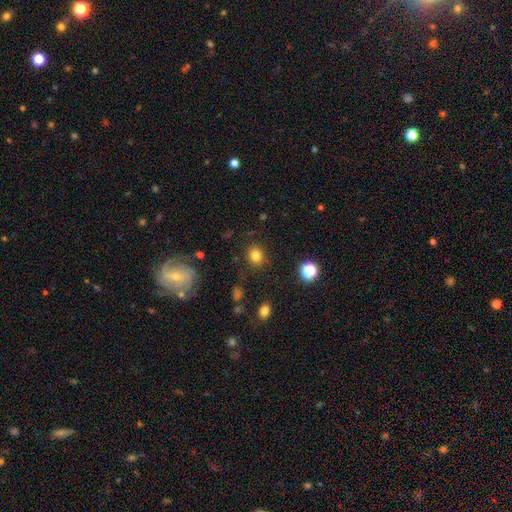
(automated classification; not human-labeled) Smooth or featured? Predicted: smooth (p=0.80). How rounded? Predicted: round (p=0.72). Merging? Predicted: none (p=0.86).